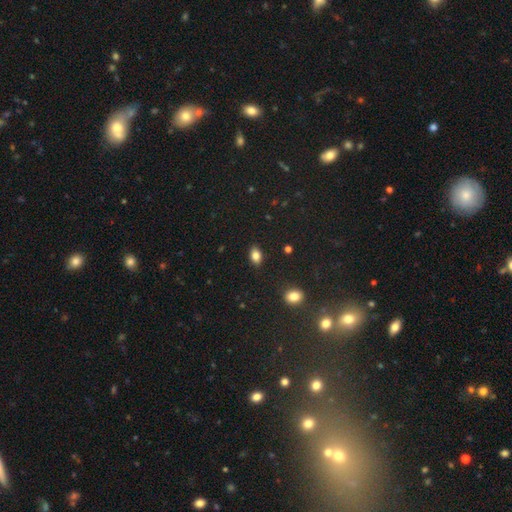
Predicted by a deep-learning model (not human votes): smooth_or_featured: smooth (p=0.82) [alt: star or artifact p=0.10]
how_rounded: in between (p=0.84) [alt: round p=0.13]
merging: none (p=0.88) [alt: minor disturbance p=0.09]